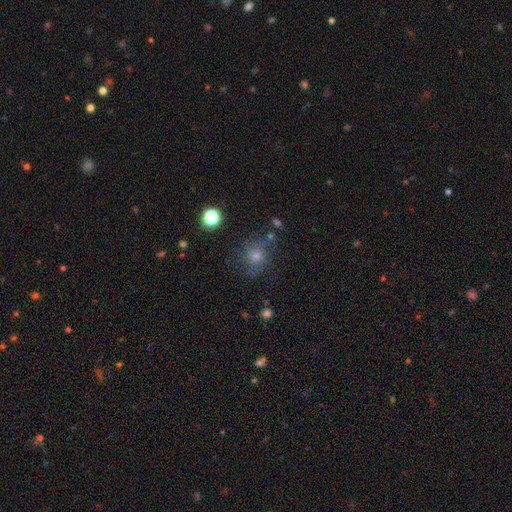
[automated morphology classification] Smooth or featured? Predicted: smooth (p=0.49). Merging? Predicted: none (p=0.72).